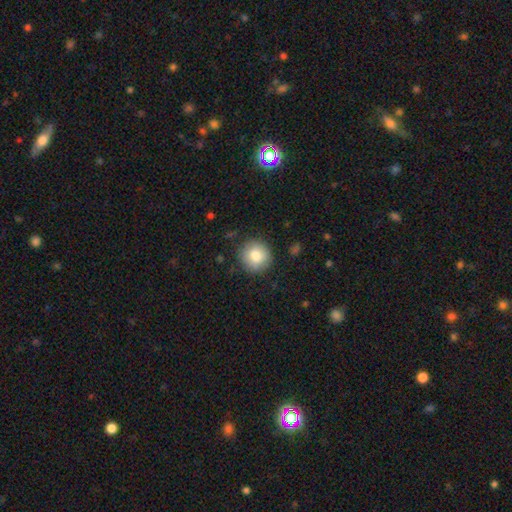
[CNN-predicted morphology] Smooth or featured? smooth (82%)
How rounded? round (92%)
Merging? none (87%)